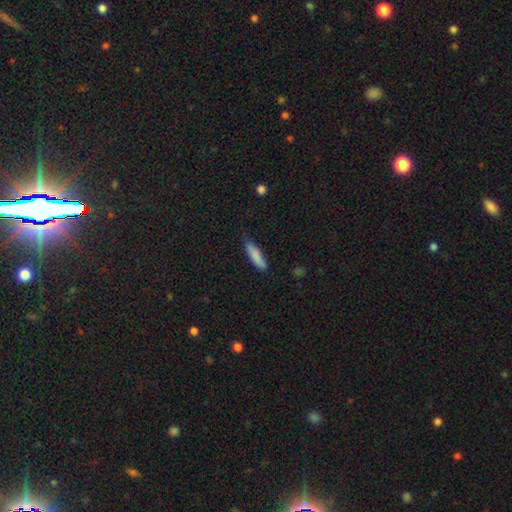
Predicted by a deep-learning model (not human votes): Smooth or featured? Predicted: smooth (p=0.84). How rounded? Predicted: cigar-shaped (p=0.72). Merging? Predicted: none (p=0.74).